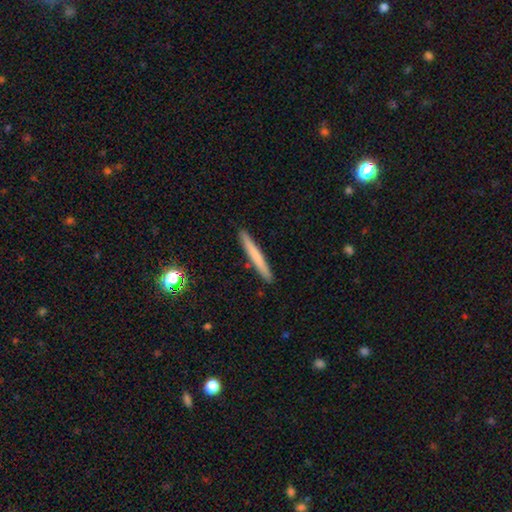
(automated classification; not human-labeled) smooth 68%, featured or disk 26%, star or artifact 6%. Down the decision tree: how rounded — cigar-shaped (97%); merging — none (92%).